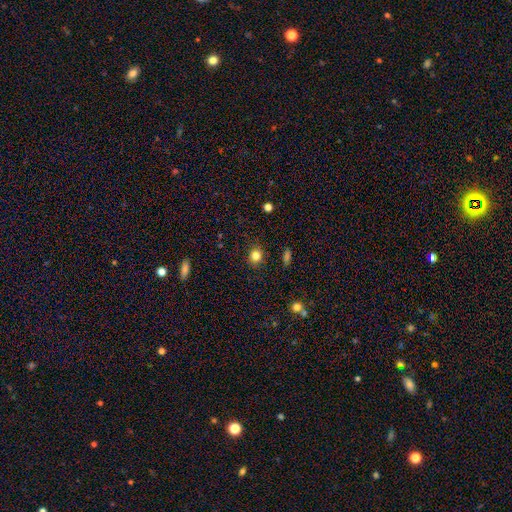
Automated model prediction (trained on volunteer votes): smooth_or_featured: smooth (p=0.82) [alt: star or artifact p=0.12]
how_rounded: round (p=0.78) [alt: in between p=0.21]
merging: none (p=0.87) [alt: minor disturbance p=0.09]